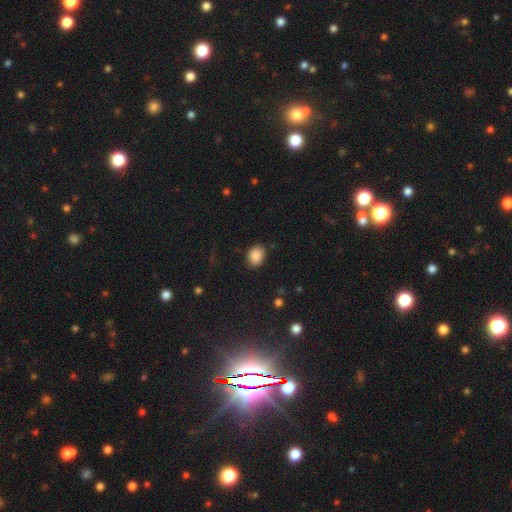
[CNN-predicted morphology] This appears to be a smooth galaxy with no disk features (87%) that is in between round and cigar-shaped (72%). Merging: none (82%).